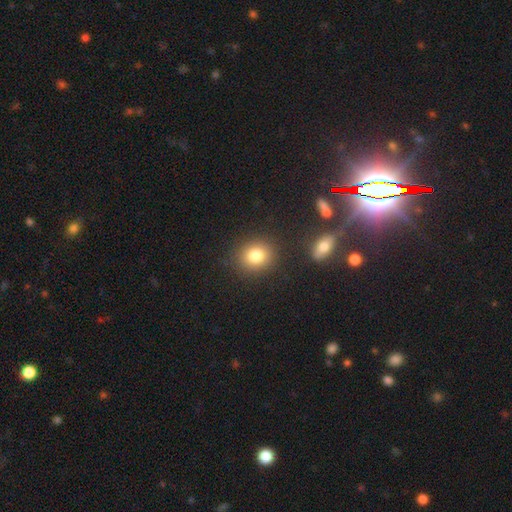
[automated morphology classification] Q: Smooth or featured?
A: smooth (82%); runner-up: star or artifact (11%)
Q: How rounded?
A: round (73%); runner-up: in between (26%)
Q: Merging?
A: none (86%); runner-up: minor disturbance (8%)